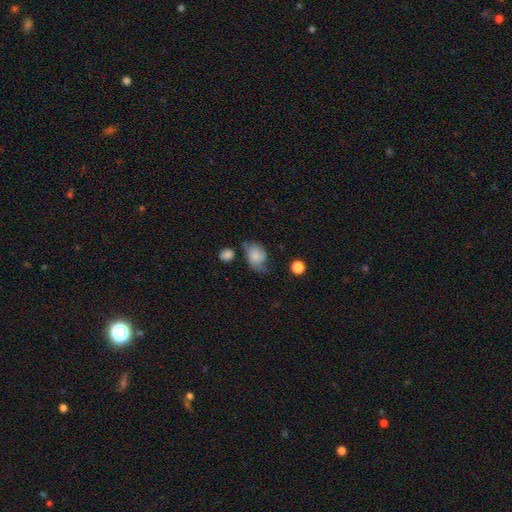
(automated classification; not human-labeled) The model was most divided on "merging": none: 42%, minor disturbance: 34%, major disturbance: 16%, merger: 8%. More confident: smooth or featured — smooth (75%); how rounded — in between (66%).